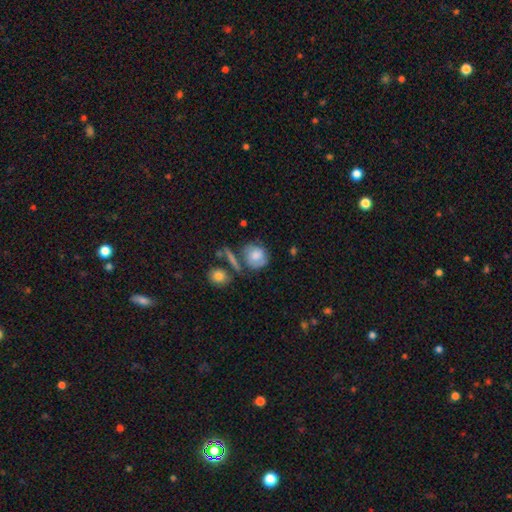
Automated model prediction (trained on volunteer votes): smooth 58%, featured or disk 34%, star or artifact 8%. Down the decision tree: how rounded — round (73%); merging — none (47%).